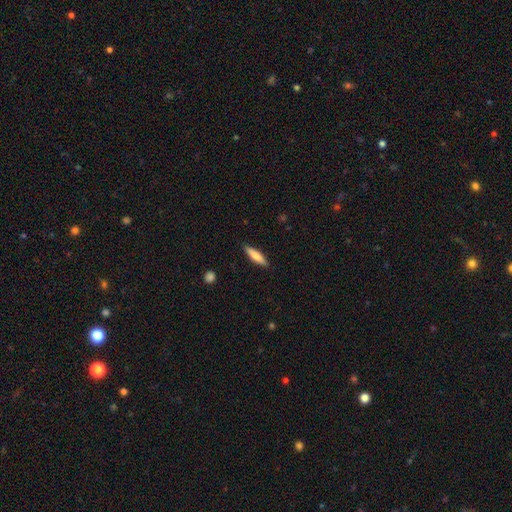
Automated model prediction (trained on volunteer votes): A smooth galaxy with no disk features (76%) that is cigar-shaped (74%). Merging: none (88%).